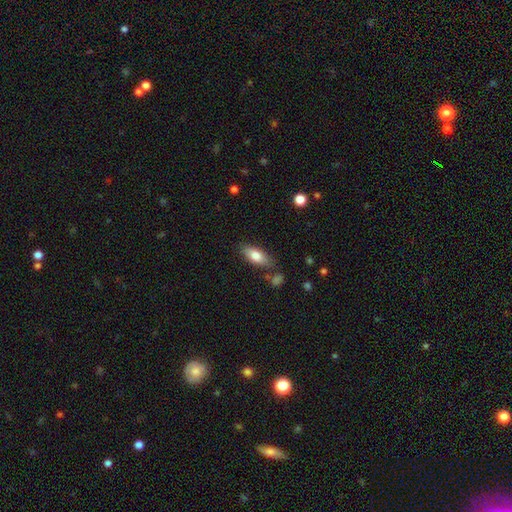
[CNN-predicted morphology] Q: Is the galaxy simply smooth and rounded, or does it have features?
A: smooth — 77%.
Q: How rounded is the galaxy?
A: in between — 80%.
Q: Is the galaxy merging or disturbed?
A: none — 76%.